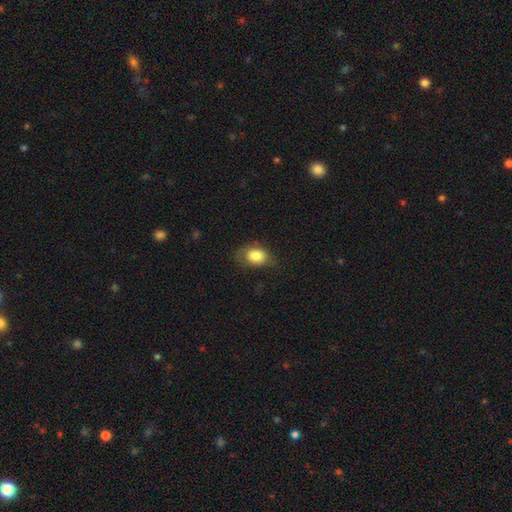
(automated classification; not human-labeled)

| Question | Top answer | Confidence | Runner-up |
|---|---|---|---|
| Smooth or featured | smooth | 82% | featured or disk (9%) |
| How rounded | in between | 66% | round (33%) |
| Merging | none | 63% | minor disturbance (26%) |